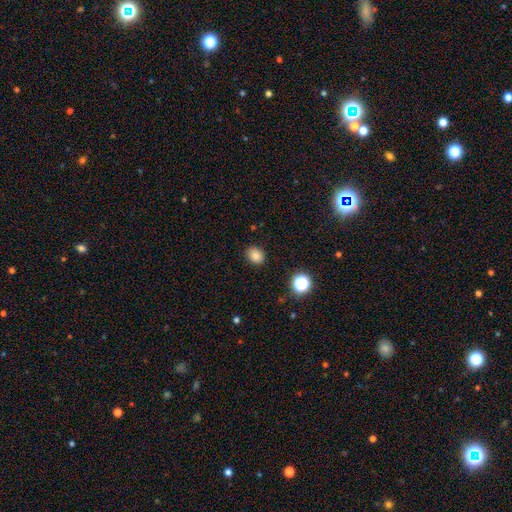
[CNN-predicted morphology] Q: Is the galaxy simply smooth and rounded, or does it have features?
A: smooth — 83%.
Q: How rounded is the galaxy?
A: round — 50%.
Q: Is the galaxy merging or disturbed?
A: none — 87%.